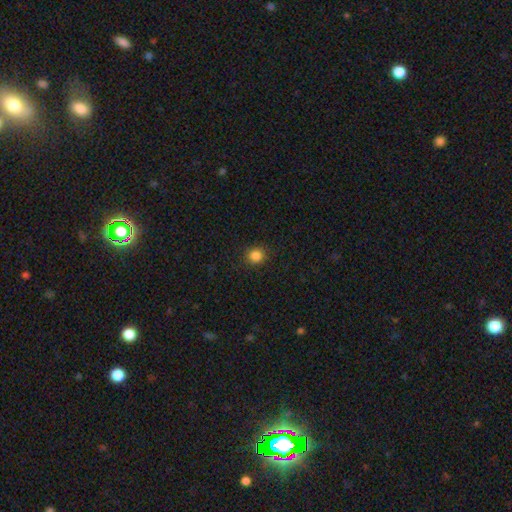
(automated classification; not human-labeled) A smooth galaxy with no disk features (84%) that is round (89%).

Vote fractions:
- Smooth or featured? smooth: 84% / star or artifact: 12% / featured or disk: 4%
- How rounded? round: 89% / in between: 10% / cigar-shaped: 1%
- Merging? none: 90% / minor disturbance: 6% / major disturbance: 2% / merger: 1%